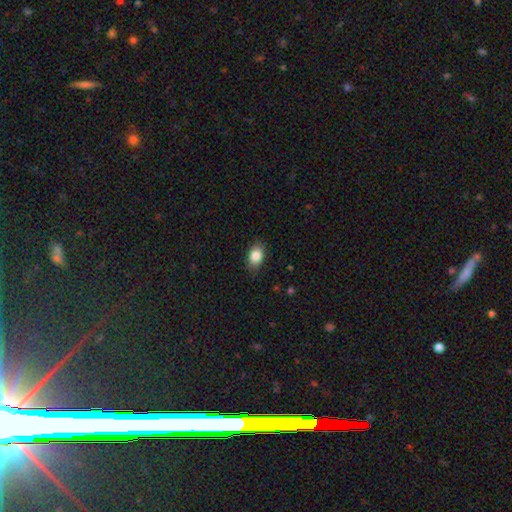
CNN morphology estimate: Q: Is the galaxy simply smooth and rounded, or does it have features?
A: smooth — 86%.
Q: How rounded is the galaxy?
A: in between — 83%.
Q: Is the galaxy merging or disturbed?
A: none — 85%.